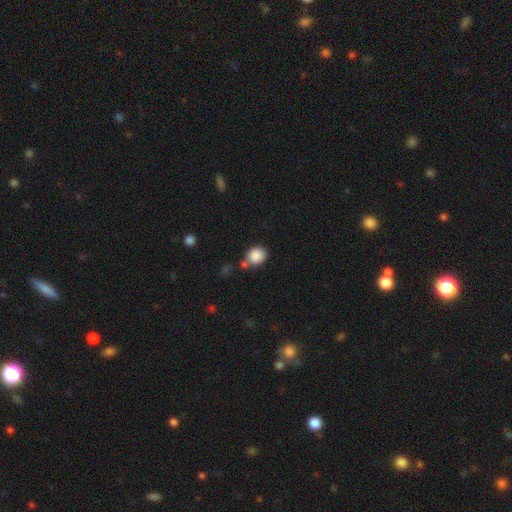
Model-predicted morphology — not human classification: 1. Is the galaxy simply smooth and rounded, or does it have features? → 87% smooth, 8% star or artifact, 4% featured or disk.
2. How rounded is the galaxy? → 76% round, 23% in between, 1% cigar-shaped.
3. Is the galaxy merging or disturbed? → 60% none, 20% merger, 15% minor disturbance, 5% major disturbance.